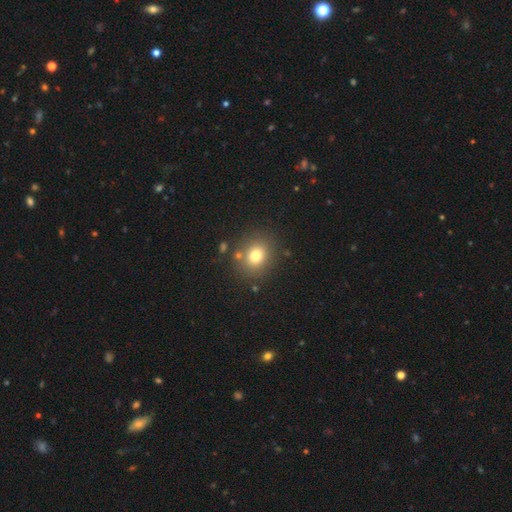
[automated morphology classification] Q: Smooth or featured?
A: smooth (77%); runner-up: star or artifact (13%)
Q: How rounded?
A: round (70%); runner-up: in between (29%)
Q: Merging?
A: none (82%); runner-up: minor disturbance (9%)